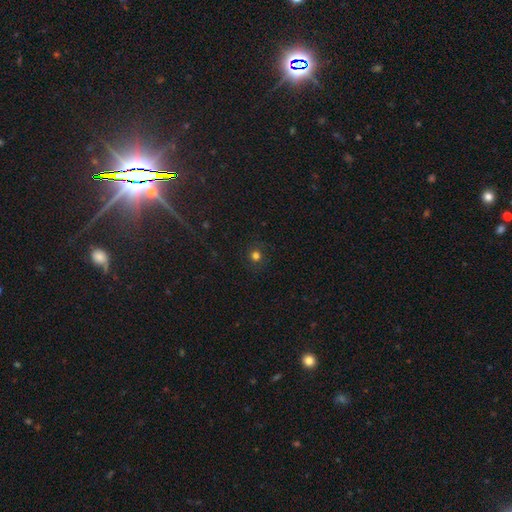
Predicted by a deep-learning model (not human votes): Q: Smooth or featured?
A: smooth (74%); runner-up: star or artifact (20%)
Q: How rounded?
A: round (91%); runner-up: in between (8%)
Q: Merging?
A: none (88%); runner-up: minor disturbance (8%)